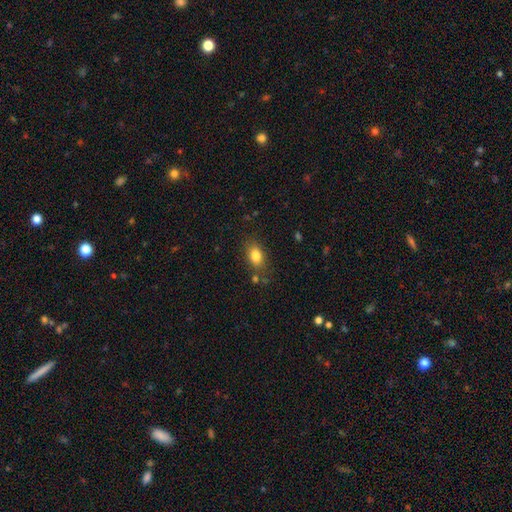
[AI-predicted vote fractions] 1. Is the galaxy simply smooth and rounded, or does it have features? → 82% smooth, 9% star or artifact, 9% featured or disk.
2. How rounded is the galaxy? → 82% in between, 15% round, 2% cigar-shaped.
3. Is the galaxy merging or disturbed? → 78% none, 14% minor disturbance, 4% merger, 4% major disturbance.